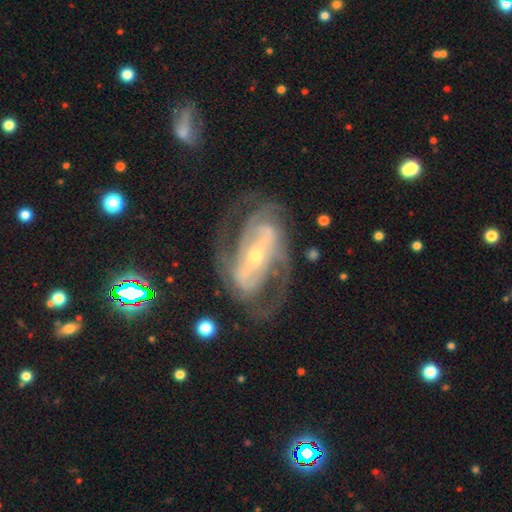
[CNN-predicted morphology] Overall: featured or disk (88%). Edge-on disk: no (94%). Bar: strong (64%). Spiral arms: yes (92%). Spiral arm count: 2 (76%). Spiral winding: medium (48%; tight 34%). Bulge size: small (65%; moderate 30%). Merging: none (68%).